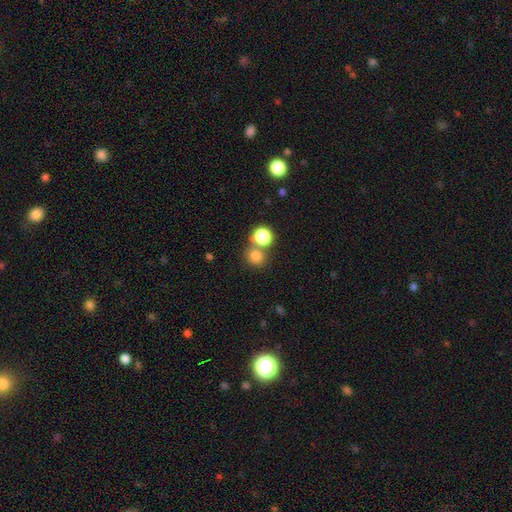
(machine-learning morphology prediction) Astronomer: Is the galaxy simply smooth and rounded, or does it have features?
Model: smooth — 77%.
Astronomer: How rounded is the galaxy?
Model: round — 84%.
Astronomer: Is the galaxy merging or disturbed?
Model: none — 61%.